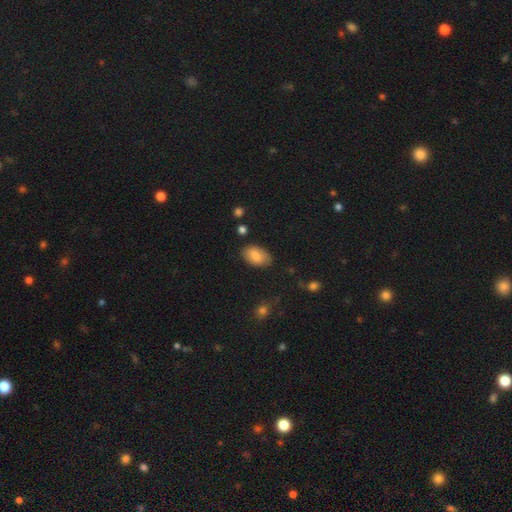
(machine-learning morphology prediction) This is clearly a smooth galaxy (82%). How rounded: clearly in between (93%). Merging: likely none (80%).